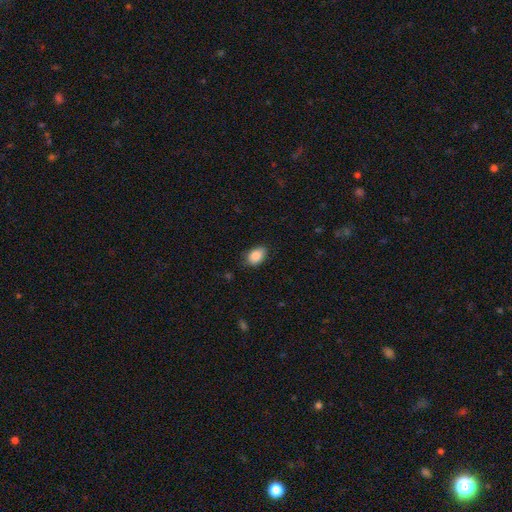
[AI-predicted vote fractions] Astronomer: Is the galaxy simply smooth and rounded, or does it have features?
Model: smooth — 88%.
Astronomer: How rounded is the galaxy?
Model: in between — 86%.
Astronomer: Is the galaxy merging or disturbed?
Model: none — 80%.